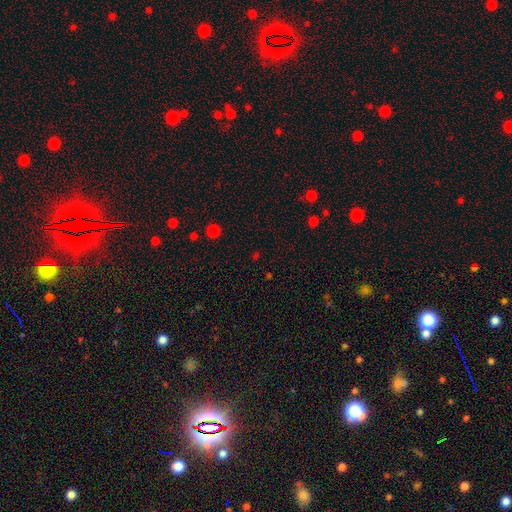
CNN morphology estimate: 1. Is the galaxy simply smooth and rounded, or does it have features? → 52% star or artifact, 42% smooth, 7% featured or disk.